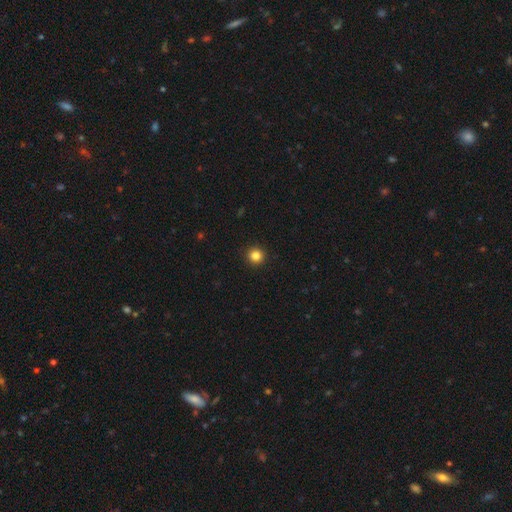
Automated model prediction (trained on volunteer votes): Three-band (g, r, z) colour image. It shows a smooth galaxy with no disk features (84%) that is round (95%). Merging: none (94%).